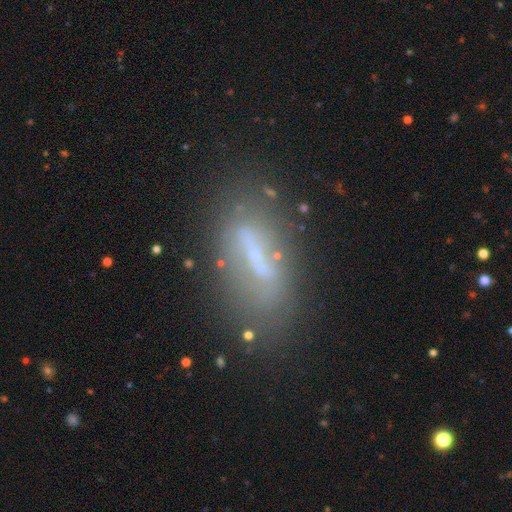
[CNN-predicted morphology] smooth-or-featured: featured or disk: 53% | smooth: 33% | star or artifact: 14%
  disk-edge-on: no: 65% | yes: 35%
  merging: none: 65% | minor disturbance: 18% | major disturbance: 10% | merger: 6%